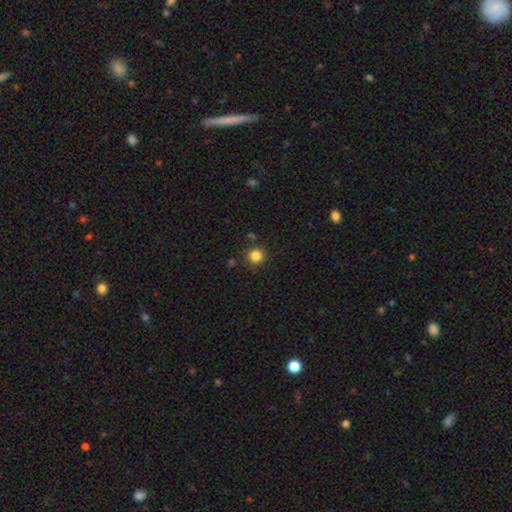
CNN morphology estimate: A smooth galaxy with no disk features (83%) that is round (94%). Merging: none (86%).